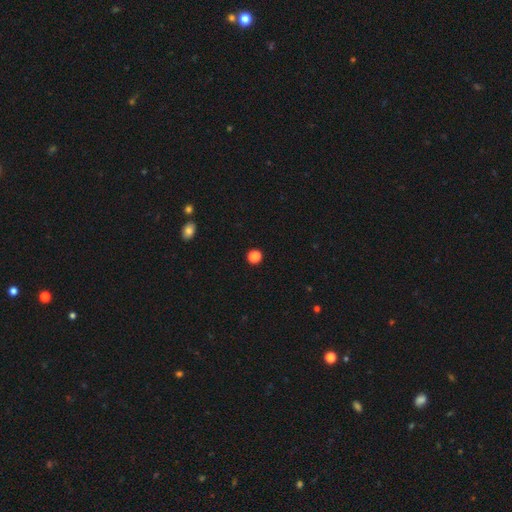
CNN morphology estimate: A smooth galaxy with no disk features (78%) that is round (78%).

Vote fractions:
- Smooth or featured? smooth: 78% / star or artifact: 18% / featured or disk: 3%
- How rounded? round: 78% / in between: 21% / cigar-shaped: 1%
- Merging? none: 89% / minor disturbance: 6% / merger: 3% / major disturbance: 2%